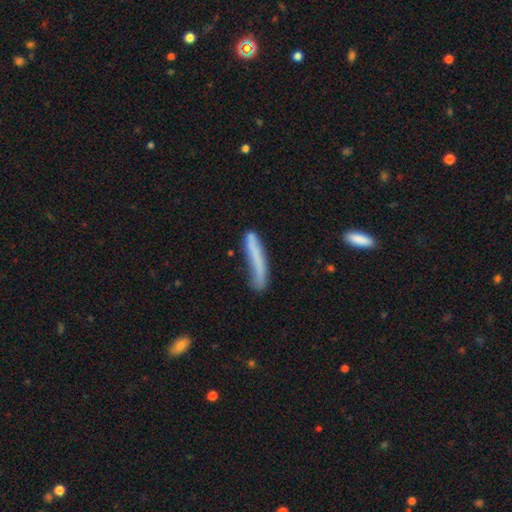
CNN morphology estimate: The model was most divided on "merging": none: 56%, minor disturbance: 27%, major disturbance: 11%, merger: 6%. More confident: how rounded — cigar-shaped (94%); smooth or featured — smooth (67%).